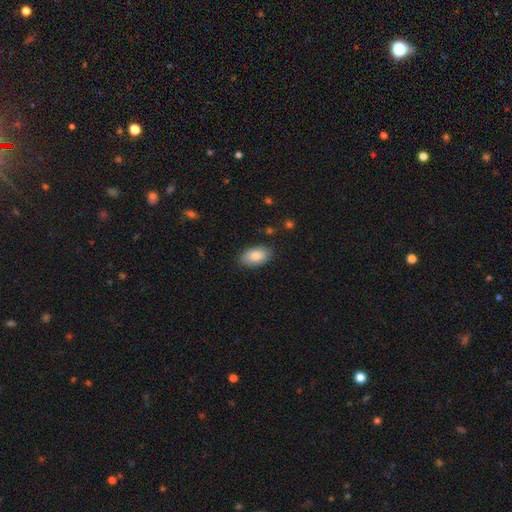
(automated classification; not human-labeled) This appears to be a smooth galaxy with no disk features (86%) that is in between round and cigar-shaped (94%). Merging: none (84%).